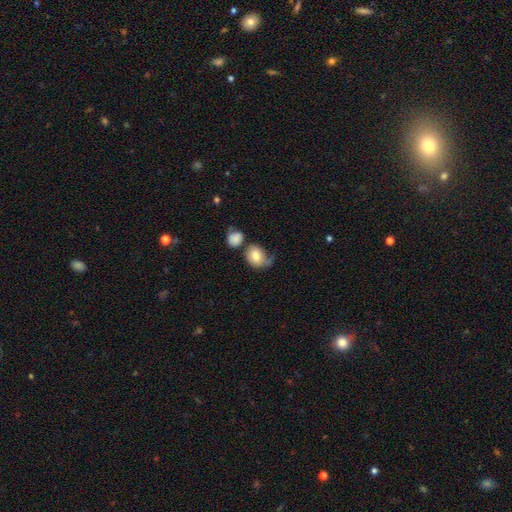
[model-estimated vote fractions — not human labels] This appears to be a smooth galaxy with no disk features (77%) that is round (53%). Merging: none (33%).